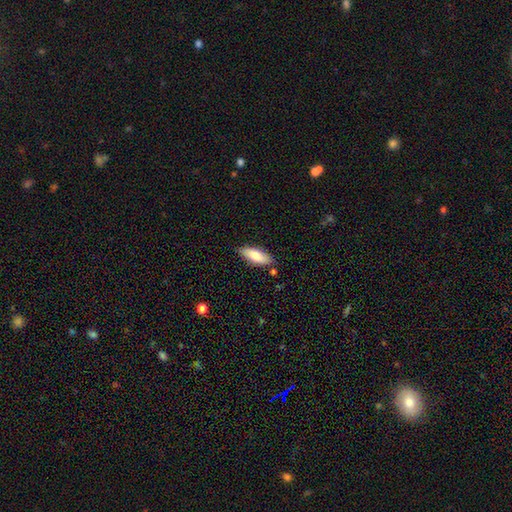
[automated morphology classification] smooth 79%, featured or disk 15%, star or artifact 6%. Down the decision tree: how rounded — in between (69%); merging — none (79%).